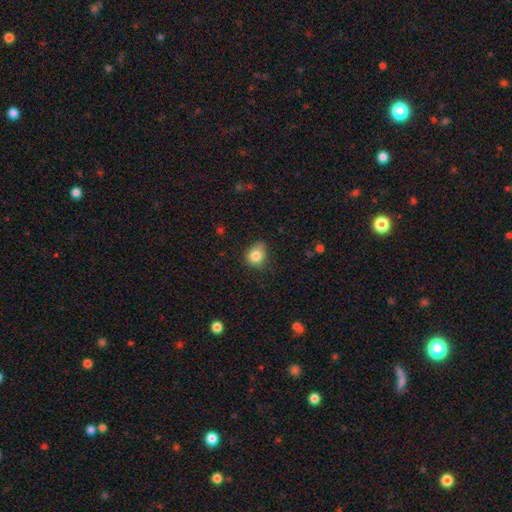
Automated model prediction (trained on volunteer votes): Smooth or featured? smooth (82%)
How rounded? round (65%)
Merging? none (63%)